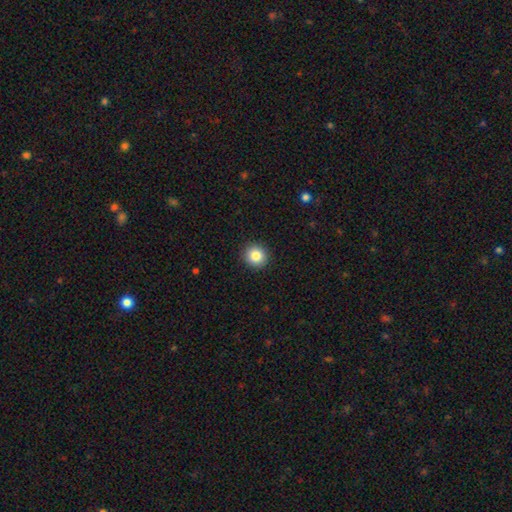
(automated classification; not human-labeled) Smooth or featured: smooth — 85% (star or artifact — 9%)
How rounded: round — 91% (in between — 8%)
Merging: none — 92% (minor disturbance — 5%)